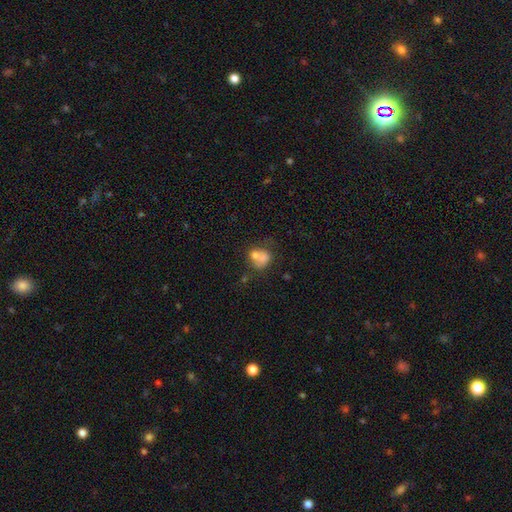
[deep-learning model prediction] The model was most divided on "how rounded": round: 53%, in between: 46%, cigar-shaped: 1%. Remaining: smooth or featured — smooth (69%); merging — merger (49%).